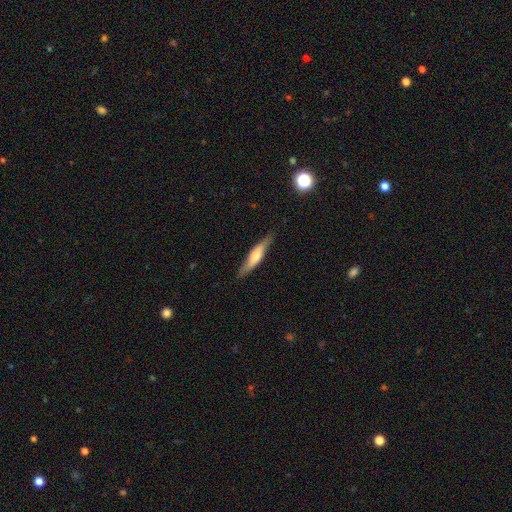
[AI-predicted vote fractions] This is possibly a smooth galaxy (49%). Merging: clearly none (82%).